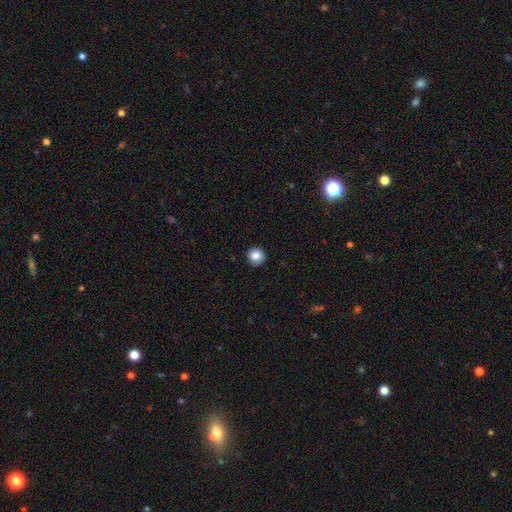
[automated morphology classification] smooth 83%, star or artifact 10%, featured or disk 8%. Down the decision tree: how rounded — round (94%); merging — none (90%).